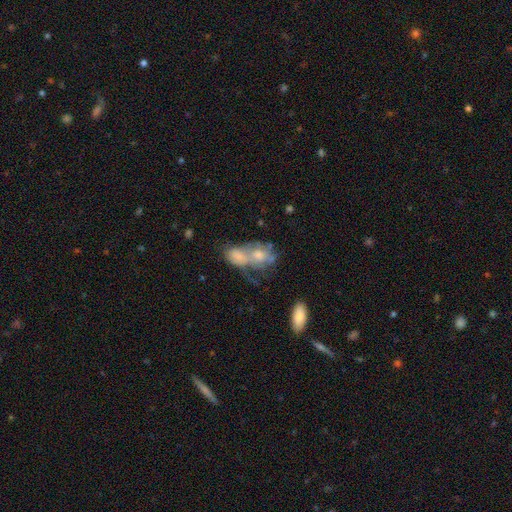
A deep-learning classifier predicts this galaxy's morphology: type=featured or disk (45%); merging=merger (61%).